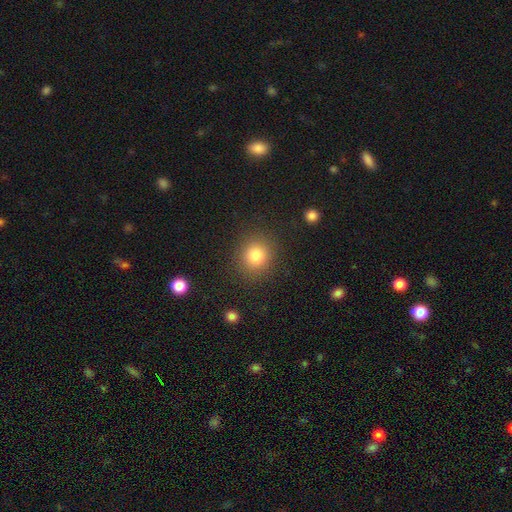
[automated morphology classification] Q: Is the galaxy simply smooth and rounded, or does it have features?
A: smooth — 81%.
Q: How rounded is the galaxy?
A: round — 83%.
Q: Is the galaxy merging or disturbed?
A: none — 87%.